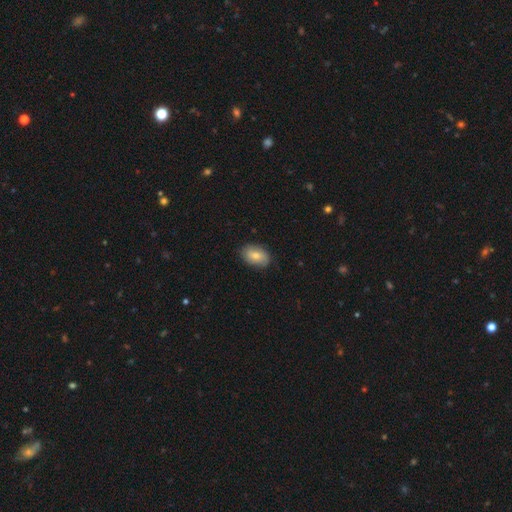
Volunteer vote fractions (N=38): Smooth or featured? 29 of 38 (76%) said smooth. How rounded? 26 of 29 (90%) said in between. Merging? 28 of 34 (82%) said none.